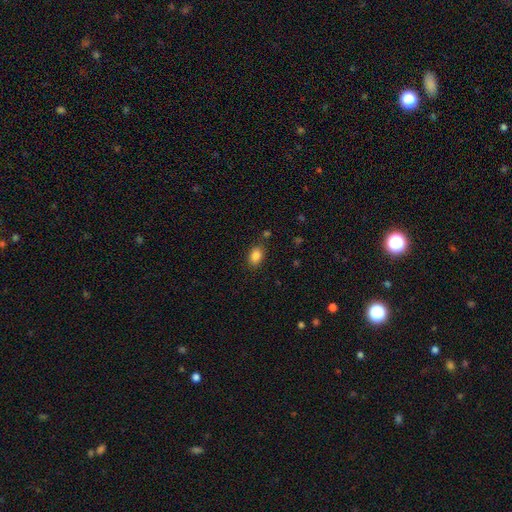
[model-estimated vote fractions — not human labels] Q: Smooth or featured?
A: smooth (86%); runner-up: star or artifact (9%)
Q: How rounded?
A: in between (81%); runner-up: round (18%)
Q: Merging?
A: none (81%); runner-up: minor disturbance (12%)